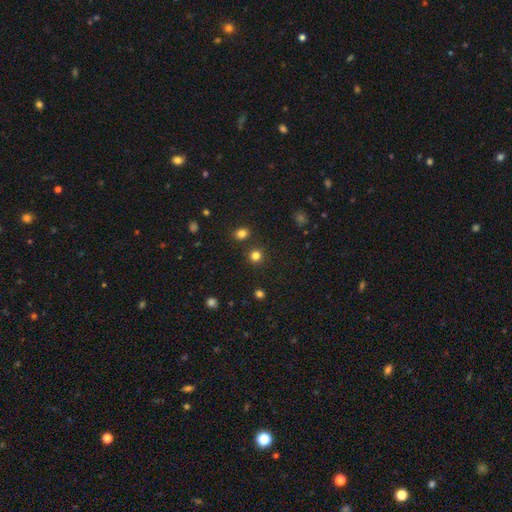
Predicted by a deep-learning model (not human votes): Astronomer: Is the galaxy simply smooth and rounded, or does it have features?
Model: smooth — 79%.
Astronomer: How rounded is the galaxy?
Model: round — 90%.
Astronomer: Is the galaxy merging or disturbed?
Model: none — 85%.